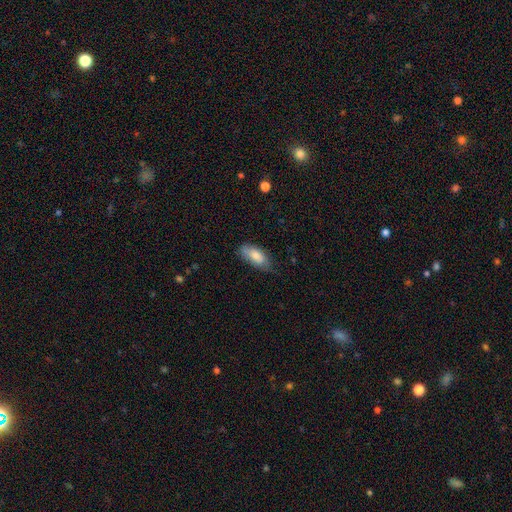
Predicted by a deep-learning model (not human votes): Smooth or featured? smooth (81%)
How rounded? in between (87%)
Merging? none (65%)